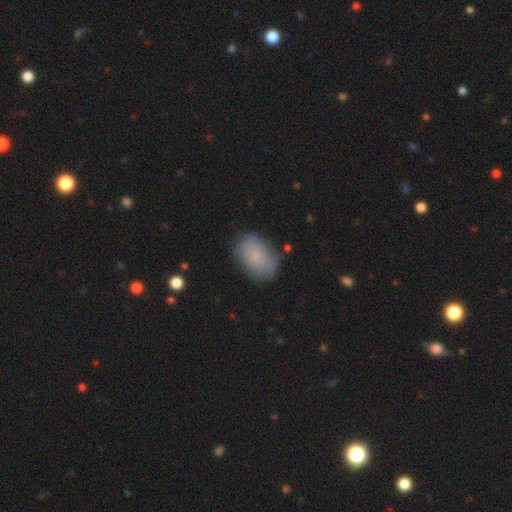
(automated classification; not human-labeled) Smooth or featured: smooth — 75% (featured or disk — 16%)
How rounded: in between — 85% (round — 14%)
Merging: none — 71% (minor disturbance — 21%)